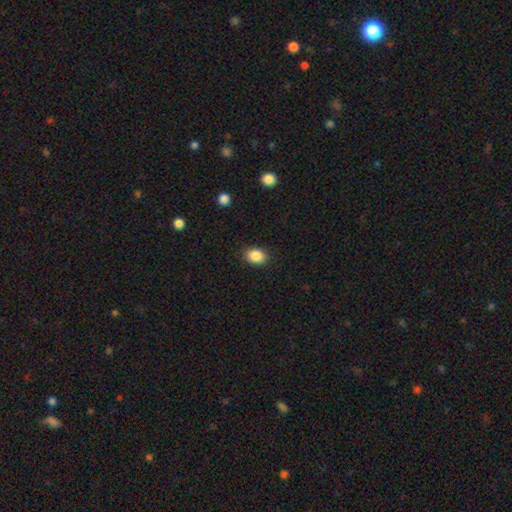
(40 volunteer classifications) Smooth or featured: smooth — 98% (star or artifact — 2%)
How rounded: in between — 54% (round — 46%)
Merging: none — 82% (minor disturbance — 13%)